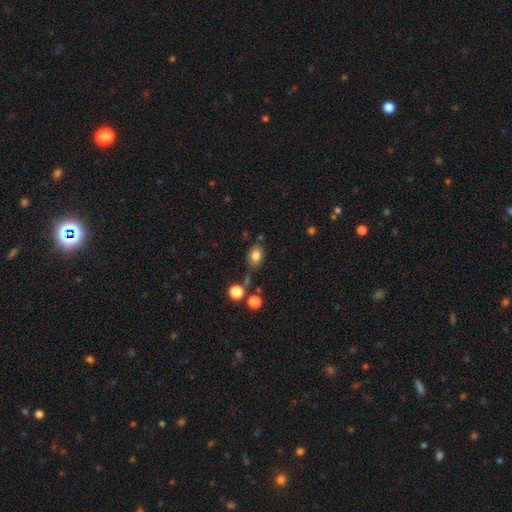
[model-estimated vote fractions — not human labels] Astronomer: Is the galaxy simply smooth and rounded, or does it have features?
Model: smooth — 81%.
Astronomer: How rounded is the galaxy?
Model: in between — 71%.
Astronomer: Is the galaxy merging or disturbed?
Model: none — 66%.